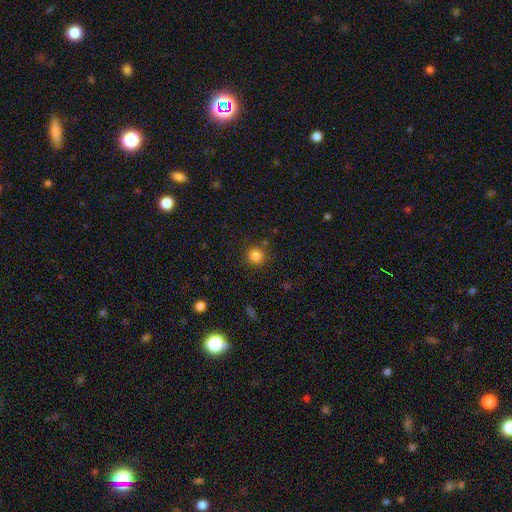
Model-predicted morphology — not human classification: Smooth or featured?
  - smooth: 84% *
  - star or artifact: 12%
  - featured or disk: 4%
How rounded?
  - round: 94% *
  - in between: 5%
  - cigar-shaped: 1%
Merging?
  - none: 85% *
  - minor disturbance: 8%
  - merger: 3%
  - major disturbance: 3%